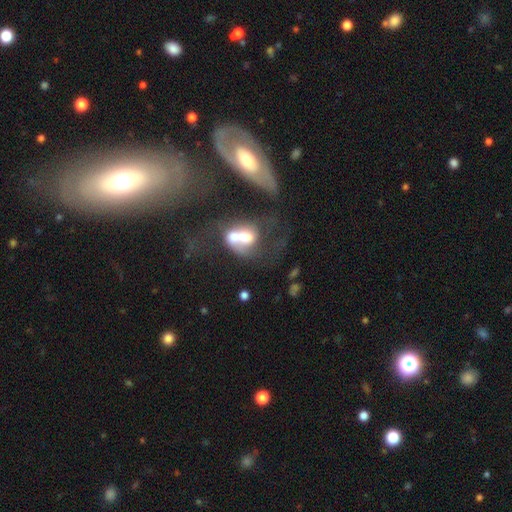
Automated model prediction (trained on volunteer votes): Smooth or featured? Predicted: featured or disk (p=0.49). Merging? Predicted: none (p=0.55).